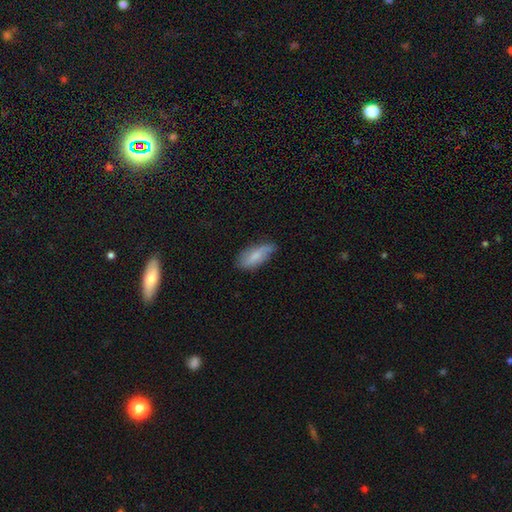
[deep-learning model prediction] This is likely a smooth galaxy (68%). How rounded: clearly in between (83%). Merging: possibly none (60%).